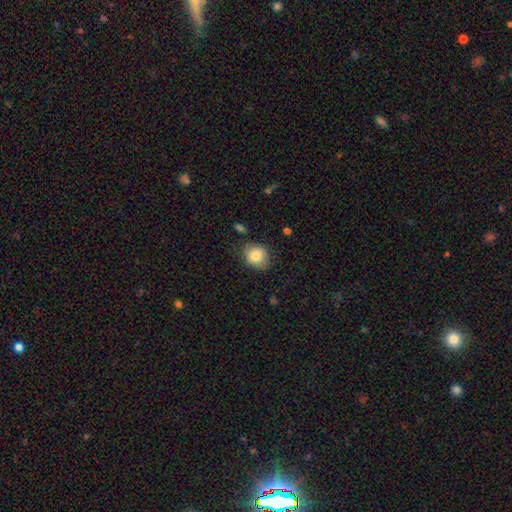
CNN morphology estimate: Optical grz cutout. It shows a smooth galaxy with no disk features (81%) that is round (69%). Merging: none (76%).